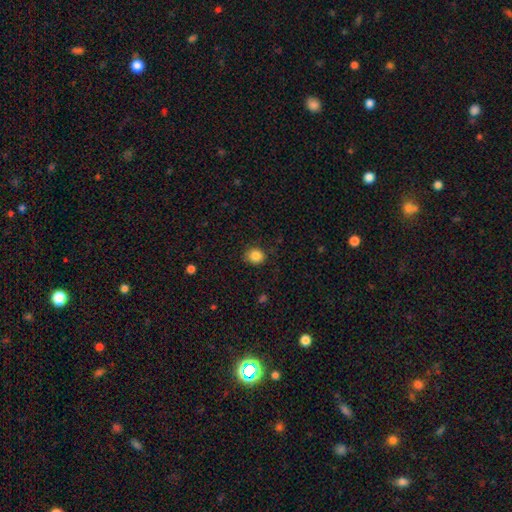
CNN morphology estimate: Smooth or featured?
  - smooth: 85% *
  - star or artifact: 10%
  - featured or disk: 4%
How rounded?
  - round: 80% *
  - in between: 19%
  - cigar-shaped: 1%
Merging?
  - none: 82% *
  - minor disturbance: 13%
  - major disturbance: 3%
  - merger: 1%